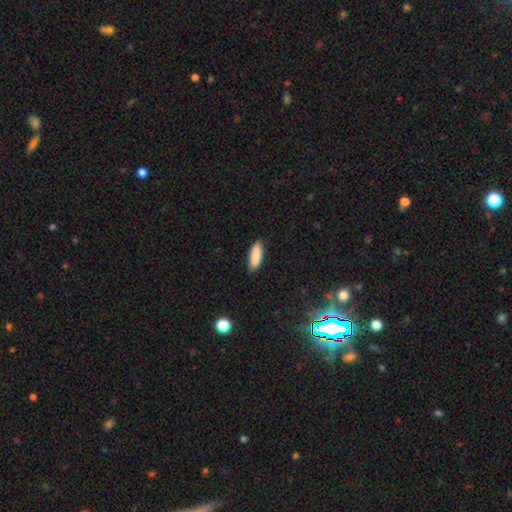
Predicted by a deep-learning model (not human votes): smooth-or-featured: smooth: 87% | star or artifact: 6% | featured or disk: 6%
  how-rounded: in between: 51% | cigar-shaped: 47% | round: 2%
  merging: none: 87% | minor disturbance: 10% | major disturbance: 2% | merger: 1%